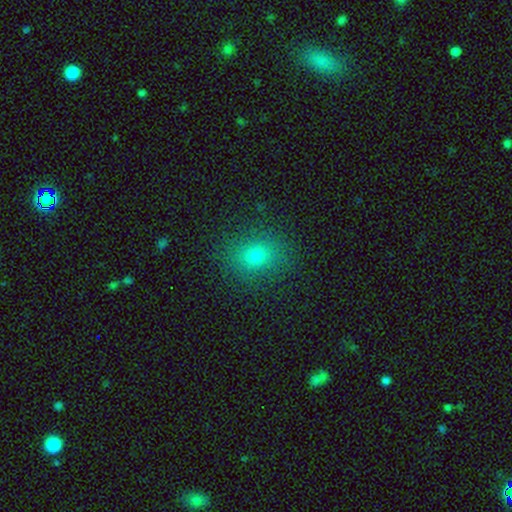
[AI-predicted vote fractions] smooth-or-featured: smooth: 78% | star or artifact: 14% | featured or disk: 8%
  how-rounded: round: 55% | in between: 44% | cigar-shaped: 1%
  merging: none: 85% | minor disturbance: 10% | major disturbance: 4% | merger: 1%